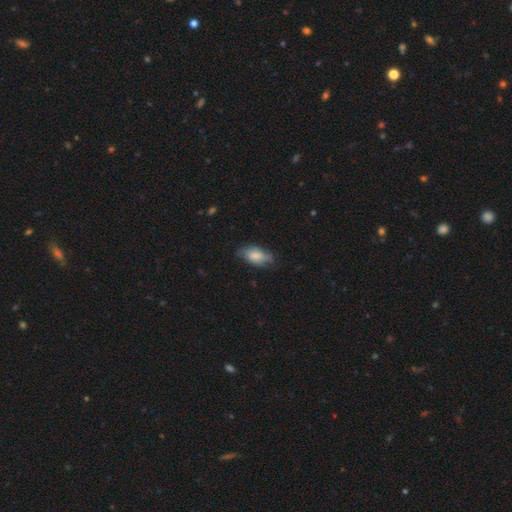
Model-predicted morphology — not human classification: Q: Smooth or featured?
A: smooth (70%); runner-up: featured or disk (23%)
Q: How rounded?
A: in between (91%); runner-up: cigar-shaped (5%)
Q: Merging?
A: none (59%); runner-up: minor disturbance (31%)